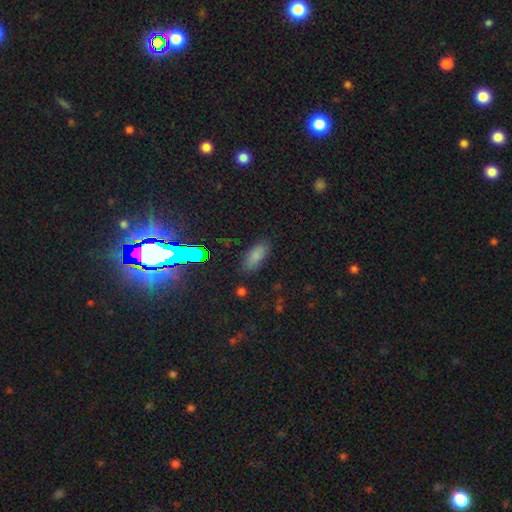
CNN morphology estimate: The model was most divided on "smooth or featured": smooth: 77%, star or artifact: 17%, featured or disk: 6%. More confident: how rounded — in between (85%); merging — none (83%).